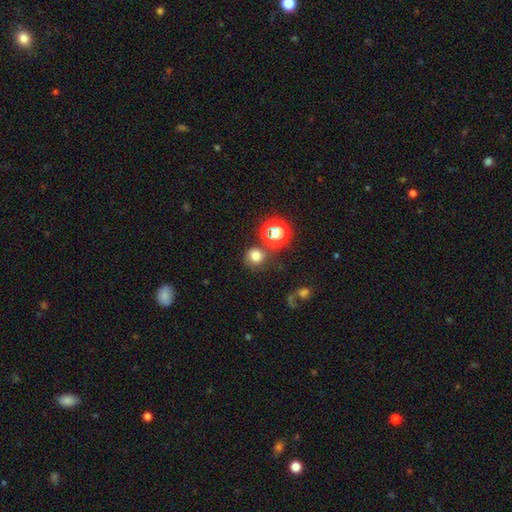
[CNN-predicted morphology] A smooth galaxy with no disk features (73%) that is round (88%).

Vote fractions:
- Smooth or featured? smooth: 73% / star or artifact: 19% / featured or disk: 8%
- How rounded? round: 88% / in between: 11% / cigar-shaped: 1%
- Merging? none: 73% / minor disturbance: 11% / merger: 11% / major disturbance: 5%